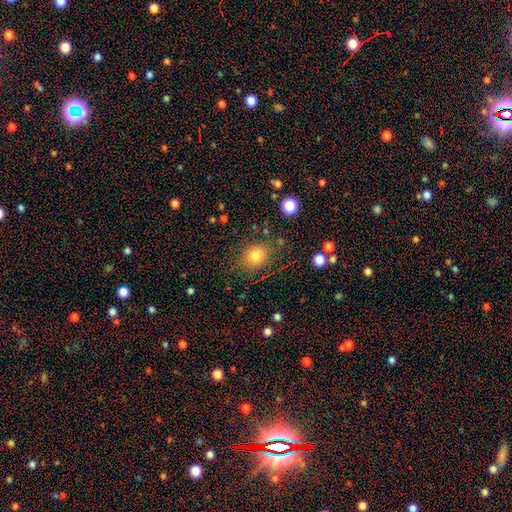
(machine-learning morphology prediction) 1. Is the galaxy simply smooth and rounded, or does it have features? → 79% smooth, 12% star or artifact, 9% featured or disk.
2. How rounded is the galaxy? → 66% round, 33% in between, 1% cigar-shaped.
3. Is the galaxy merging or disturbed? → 79% none, 13% minor disturbance, 5% major disturbance, 3% merger.